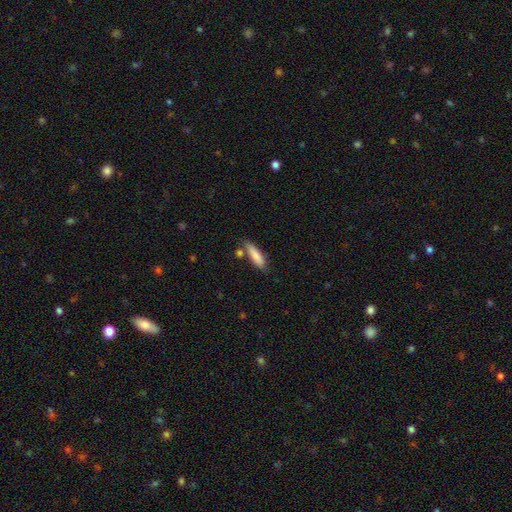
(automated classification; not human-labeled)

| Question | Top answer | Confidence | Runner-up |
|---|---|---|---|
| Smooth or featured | smooth | 83% | featured or disk (11%) |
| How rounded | cigar-shaped | 67% | in between (31%) |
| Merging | none | 71% | minor disturbance (16%) |